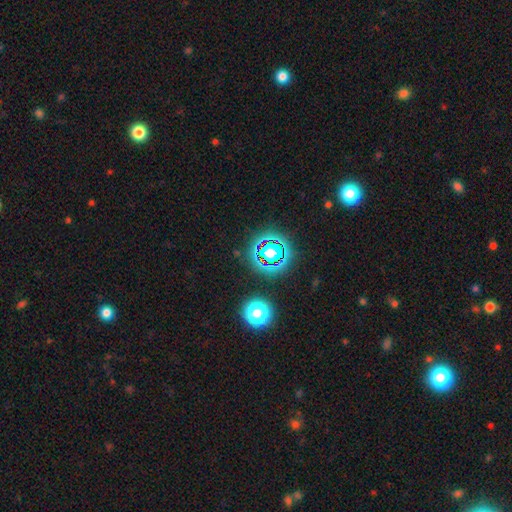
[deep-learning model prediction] Morphology: type=star or artifact (78%).